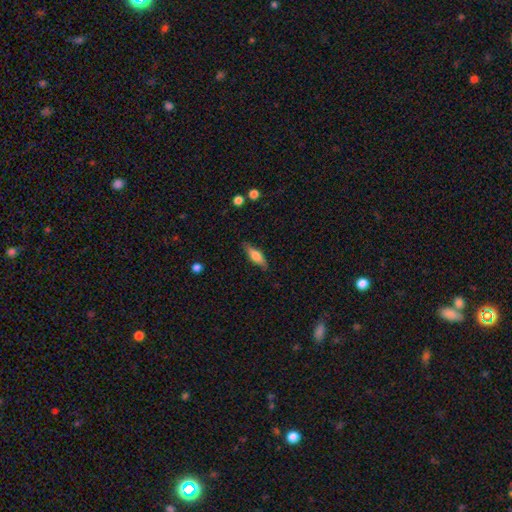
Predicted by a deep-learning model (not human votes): Q: Smooth or featured?
A: smooth (60%); runner-up: featured or disk (34%)
Q: How rounded?
A: cigar-shaped (49%); runner-up: in between (48%)
Q: Merging?
A: none (84%); runner-up: minor disturbance (12%)